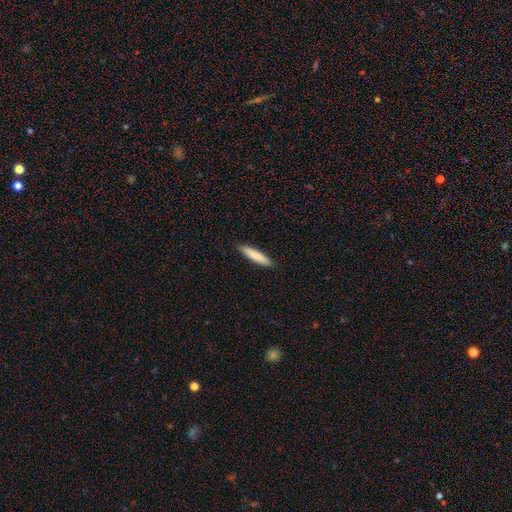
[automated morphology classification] This appears to be a smooth galaxy with no disk features (82%) that is cigar-shaped (88%). Merging: none (91%).